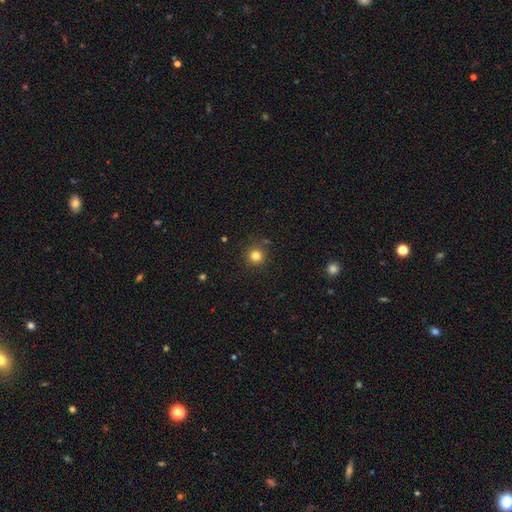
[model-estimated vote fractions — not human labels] This appears to be a smooth galaxy with no disk features (81%) that is round (94%). Merging: none (88%).